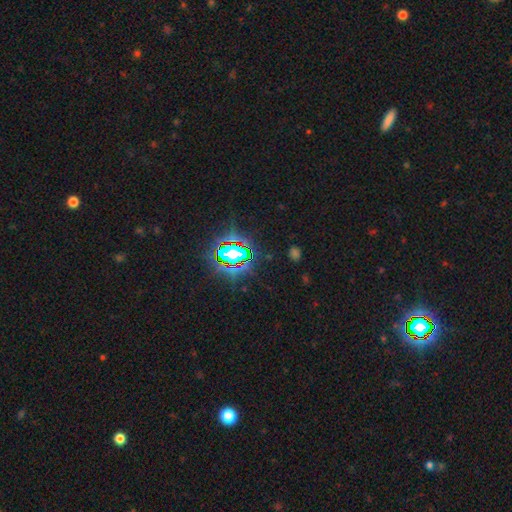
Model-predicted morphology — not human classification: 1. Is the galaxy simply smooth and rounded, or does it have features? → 81% star or artifact, 11% smooth, 8% featured or disk.